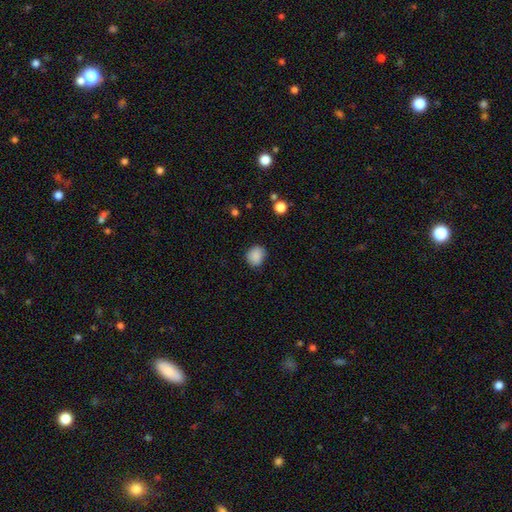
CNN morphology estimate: A smooth galaxy with no disk features (87%) that is round (75%). Merging: none (81%).